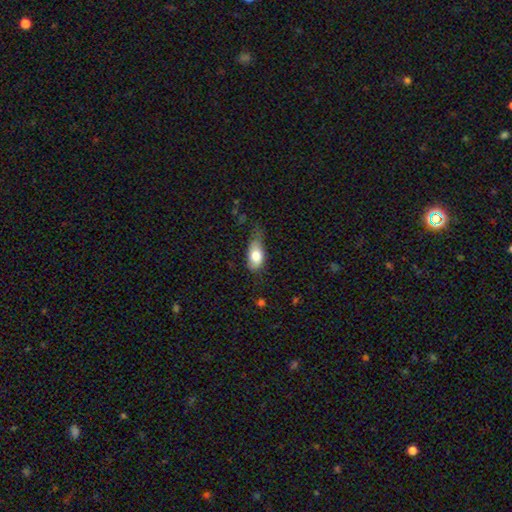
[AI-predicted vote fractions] A smooth galaxy with no disk features (78%) that is in between round and cigar-shaped (88%). Merging: minor disturbance (42%).